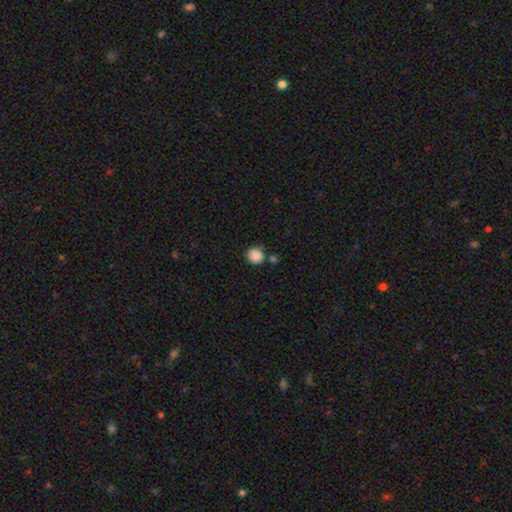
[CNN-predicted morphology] A smooth galaxy with no disk features (88%) that is round (91%).

Vote fractions:
- Smooth or featured? smooth: 88% / star or artifact: 9% / featured or disk: 3%
- How rounded? round: 91% / in between: 8% / cigar-shaped: 1%
- Merging? none: 76% / merger: 11% / minor disturbance: 10% / major disturbance: 3%